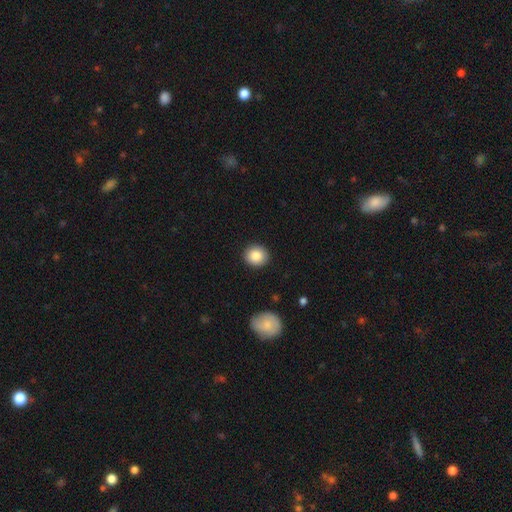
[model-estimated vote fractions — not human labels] Smooth or featured?
  - smooth: 86% *
  - star or artifact: 8%
  - featured or disk: 6%
How rounded?
  - round: 81% *
  - in between: 18%
  - cigar-shaped: 1%
Merging?
  - none: 91% *
  - minor disturbance: 6%
  - major disturbance: 2%
  - merger: 1%